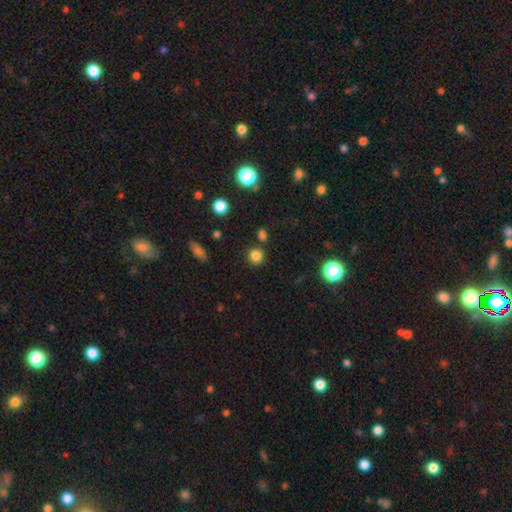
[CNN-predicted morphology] A smooth galaxy with no disk features (81%) that is round (90%).

Vote fractions:
- Smooth or featured? smooth: 81% / star or artifact: 15% / featured or disk: 5%
- How rounded? round: 90% / in between: 9% / cigar-shaped: 1%
- Merging? none: 82% / minor disturbance: 8% / merger: 7% / major disturbance: 3%